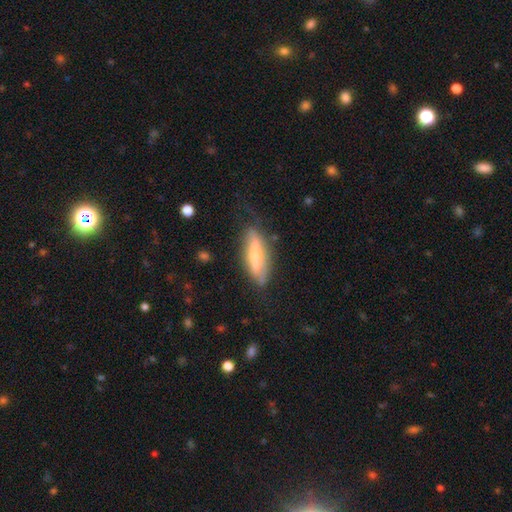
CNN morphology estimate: smooth-or-featured: featured or disk: 50% | smooth: 44% | star or artifact: 6%
  merging: none: 69% | minor disturbance: 21% | major disturbance: 7% | merger: 2%